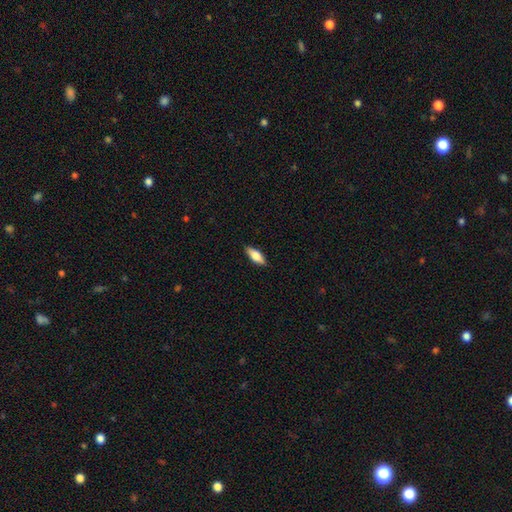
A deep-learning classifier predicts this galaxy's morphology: A smooth galaxy with no disk features (69%) that is in between round and cigar-shaped (68%). Merging: none (88%).